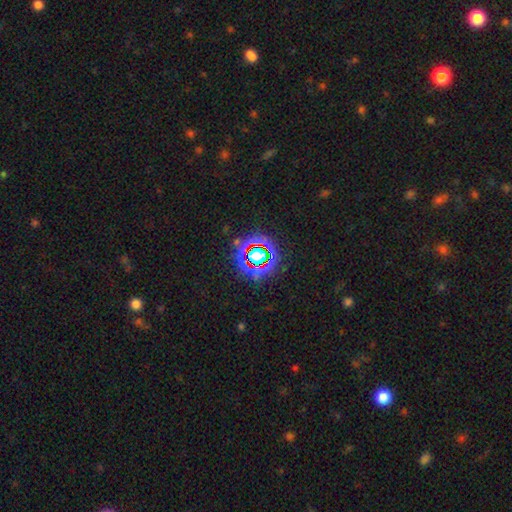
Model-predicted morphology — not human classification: smooth_or_featured: star or artifact (p=0.68) [alt: smooth p=0.20]